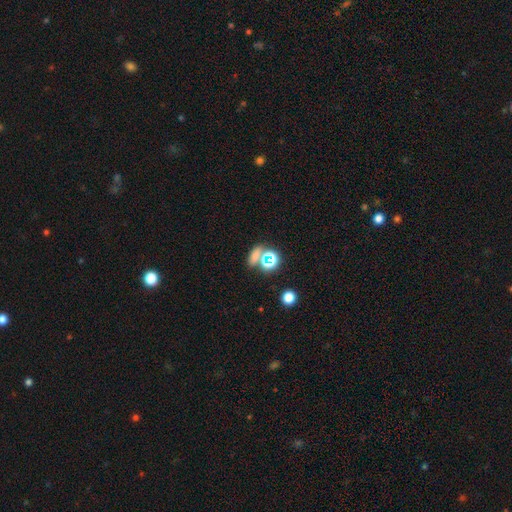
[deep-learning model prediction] Morphology: type=smooth (50%); roundness=round (44%); merging=none (62%).